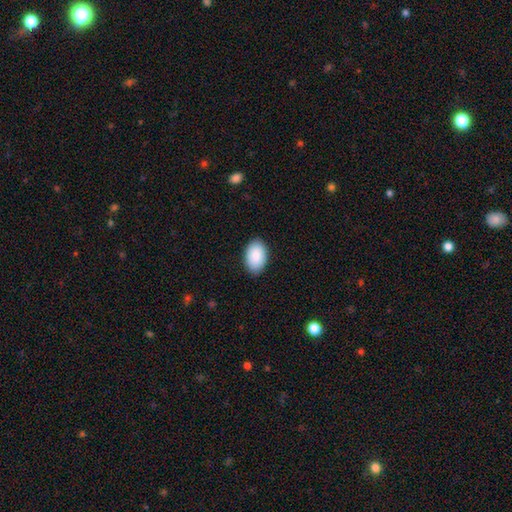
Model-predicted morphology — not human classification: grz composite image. It shows a smooth galaxy with no disk features (89%) that is in between round and cigar-shaped (93%). Merging: none (86%).